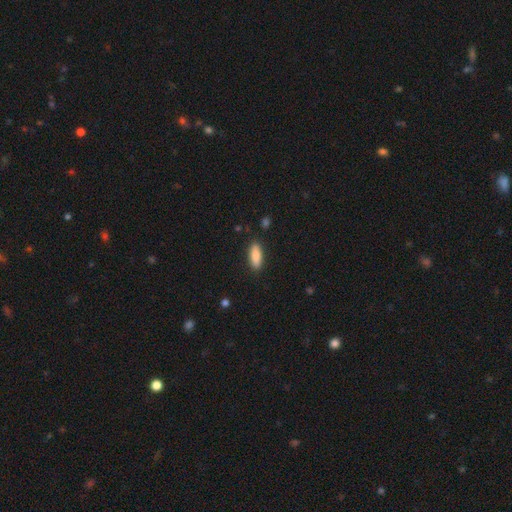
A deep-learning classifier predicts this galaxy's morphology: smooth_or_featured: smooth (p=0.86) [alt: featured or disk p=0.08]
how_rounded: in between (p=0.65) [alt: cigar-shaped p=0.33]
merging: none (p=0.88) [alt: minor disturbance p=0.09]